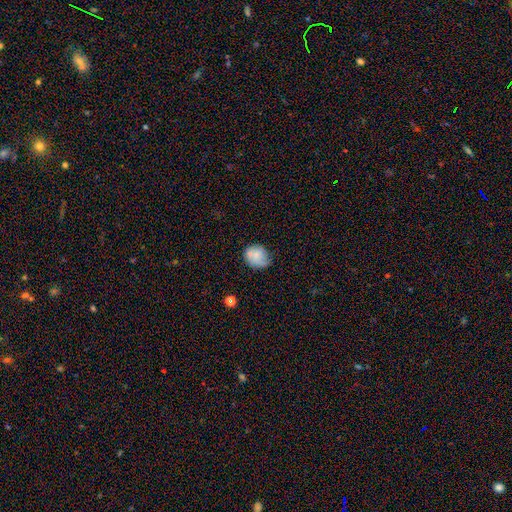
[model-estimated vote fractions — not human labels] smooth_or_featured: smooth (p=0.70) [alt: featured or disk p=0.21]
how_rounded: round (p=0.59) [alt: in between p=0.40]
merging: none (p=0.57) [alt: minor disturbance p=0.31]